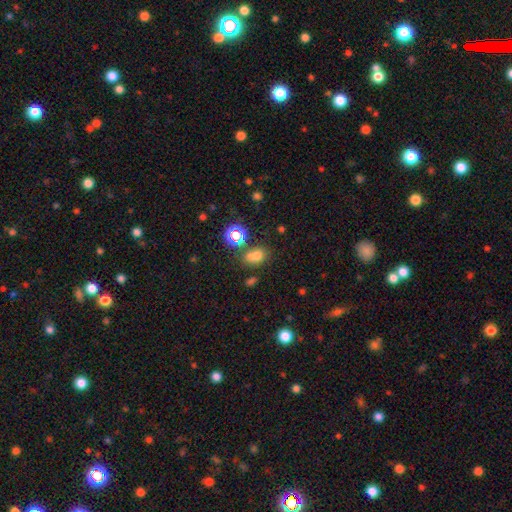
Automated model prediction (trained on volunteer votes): smooth-or-featured: smooth: 63% | star or artifact: 27% | featured or disk: 10%
  how-rounded: in between: 54% | round: 45% | cigar-shaped: 2%
  merging: none: 53% | merger: 28% | minor disturbance: 13% | major disturbance: 6%